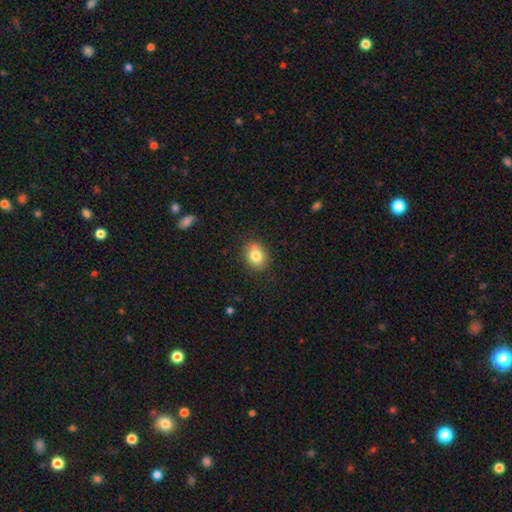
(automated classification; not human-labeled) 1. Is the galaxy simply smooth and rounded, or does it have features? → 82% smooth, 10% star or artifact, 8% featured or disk.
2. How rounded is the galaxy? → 58% round, 41% in between, 1% cigar-shaped.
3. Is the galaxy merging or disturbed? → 85% none, 11% minor disturbance, 2% major disturbance, 2% merger.